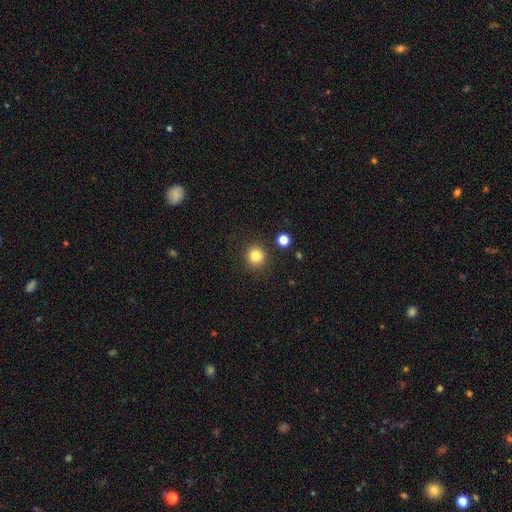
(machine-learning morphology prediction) This is clearly a smooth galaxy (84%). How rounded: clearly round (93%). Merging: clearly none (89%).